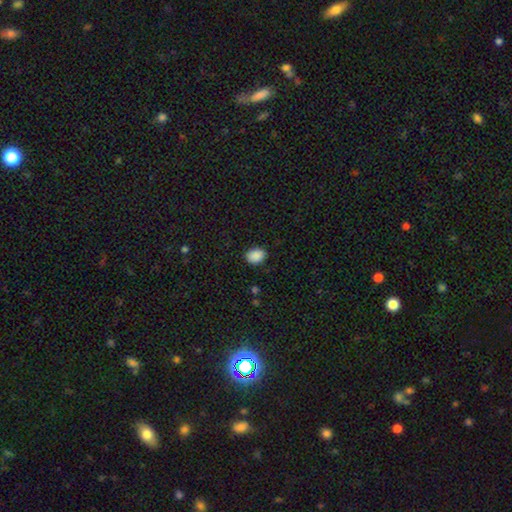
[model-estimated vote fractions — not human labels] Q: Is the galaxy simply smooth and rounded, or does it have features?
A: smooth — 89%.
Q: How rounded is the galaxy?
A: in between — 66%.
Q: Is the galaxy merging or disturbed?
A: none — 86%.